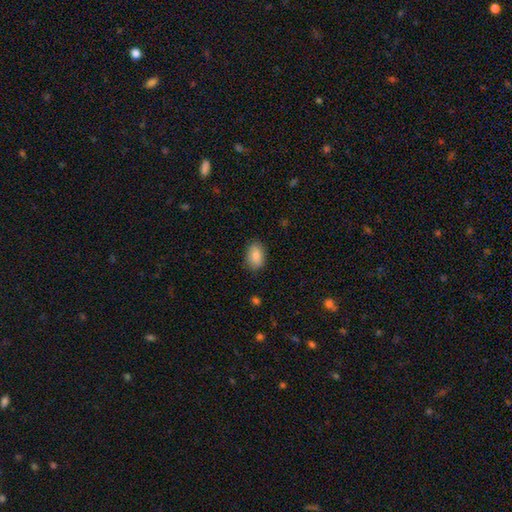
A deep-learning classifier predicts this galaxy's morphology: Smooth or featured: smooth — 86% (featured or disk — 7%)
How rounded: in between — 90% (round — 9%)
Merging: none — 85% (minor disturbance — 11%)